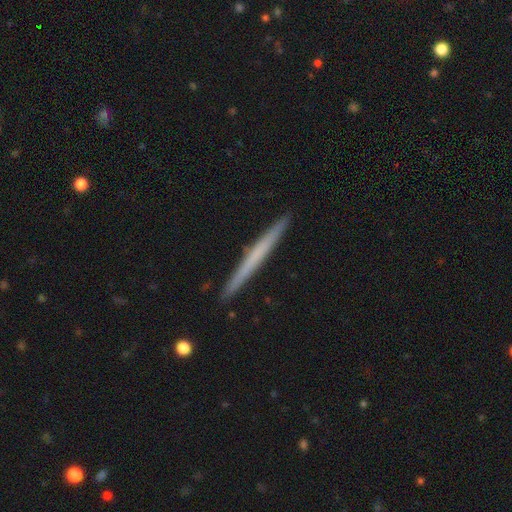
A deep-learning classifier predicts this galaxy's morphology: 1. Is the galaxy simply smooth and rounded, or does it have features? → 48% smooth, 47% featured or disk, 5% star or artifact.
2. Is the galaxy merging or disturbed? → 93% none, 5% minor disturbance, 1% major disturbance, 1% merger.